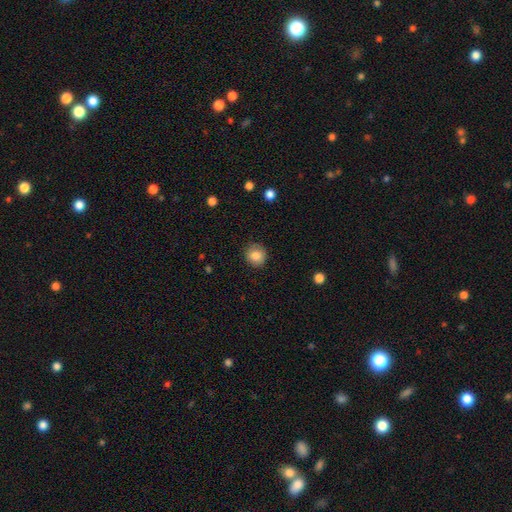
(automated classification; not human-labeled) smooth-or-featured: smooth: 84% | star or artifact: 9% | featured or disk: 7%
  how-rounded: round: 86% | in between: 13% | cigar-shaped: 1%
  merging: none: 86% | minor disturbance: 10% | major disturbance: 3% | merger: 1%